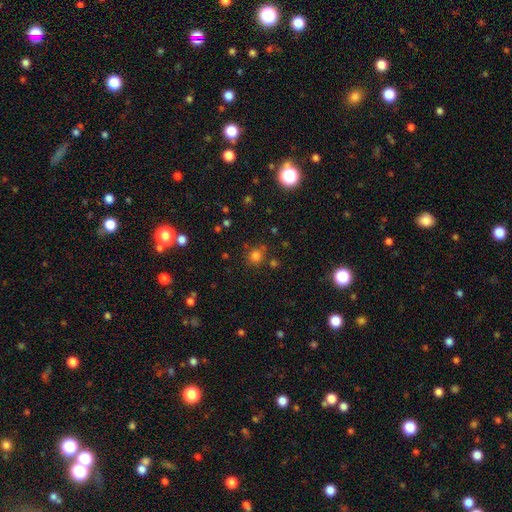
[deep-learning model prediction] smooth-or-featured: smooth: 77% | star or artifact: 17% | featured or disk: 5%
  how-rounded: round: 86% | in between: 13% | cigar-shaped: 1%
  merging: none: 75% | minor disturbance: 12% | merger: 8% | major disturbance: 5%